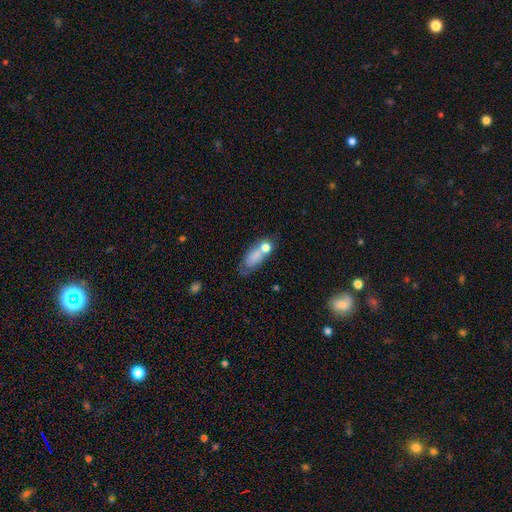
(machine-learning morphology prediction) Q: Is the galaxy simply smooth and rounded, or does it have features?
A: smooth — 69%.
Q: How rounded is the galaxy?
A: in between — 70%.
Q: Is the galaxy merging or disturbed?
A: none — 41%.